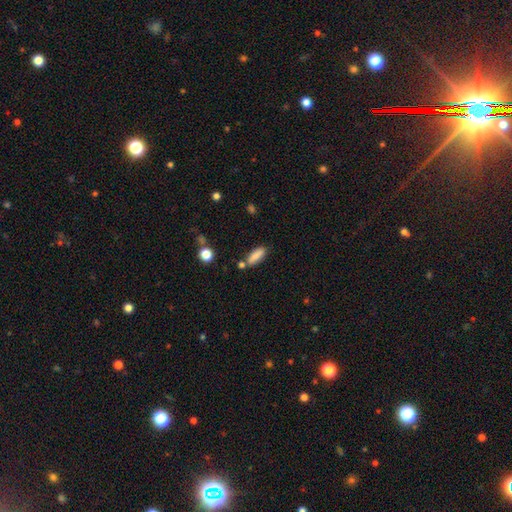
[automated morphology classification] Smooth or featured?
  - smooth: 84% *
  - featured or disk: 9%
  - star or artifact: 7%
How rounded?
  - in between: 68% *
  - cigar-shaped: 30%
  - round: 2%
Merging?
  - none: 72% *
  - minor disturbance: 14%
  - merger: 11%
  - major disturbance: 3%